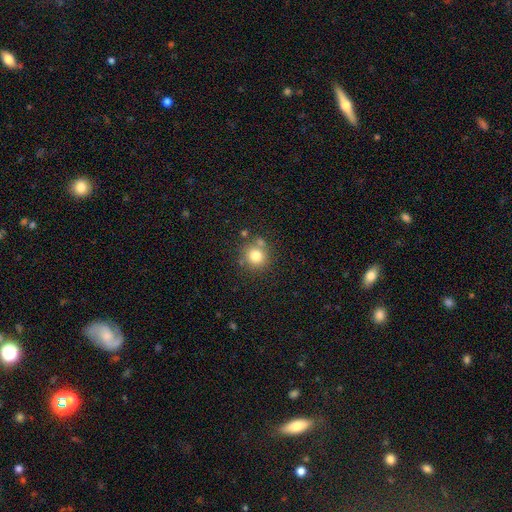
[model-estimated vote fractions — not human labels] Morphology: type=smooth (79%); roundness=round (89%); merging=none (71%).